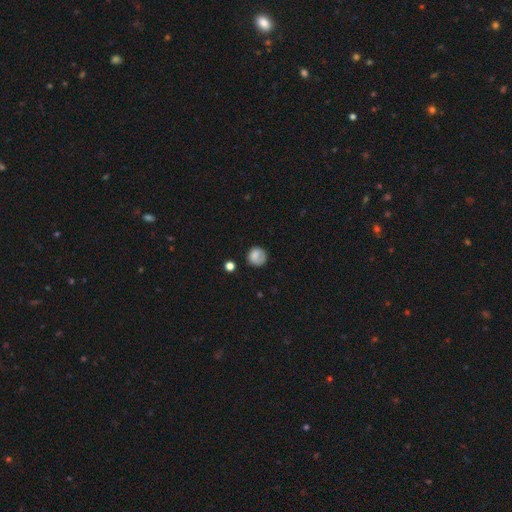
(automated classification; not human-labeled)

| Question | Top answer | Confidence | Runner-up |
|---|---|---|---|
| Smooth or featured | smooth | 78% | featured or disk (12%) |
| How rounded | round | 84% | in between (15%) |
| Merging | none | 65% | minor disturbance (21%) |